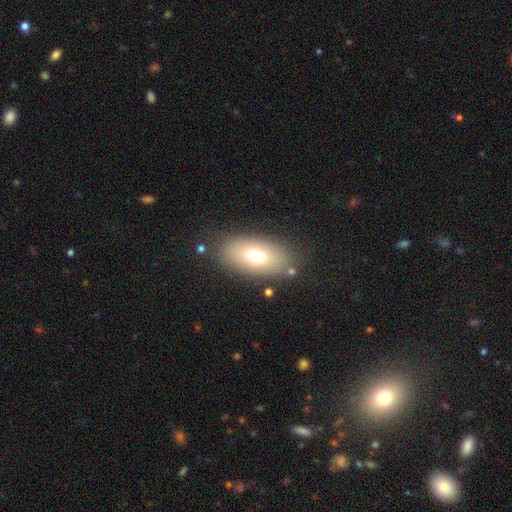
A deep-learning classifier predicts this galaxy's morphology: Smooth or featured: smooth — 69% (featured or disk — 19%)
How rounded: in between — 87% (round — 10%)
Merging: none — 81% (minor disturbance — 10%)